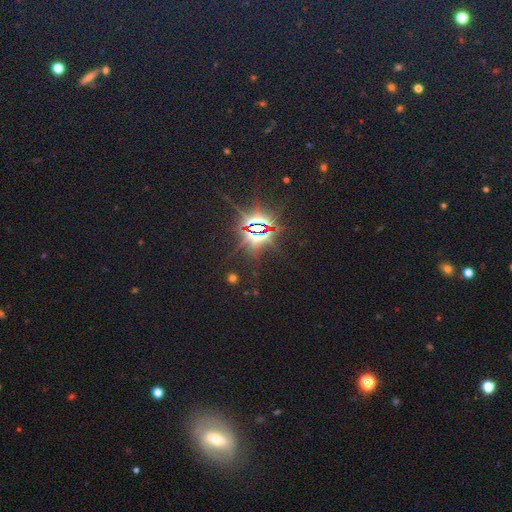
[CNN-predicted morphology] The model was most divided on "smooth or featured": star or artifact: 73%, smooth: 19%, featured or disk: 9%.